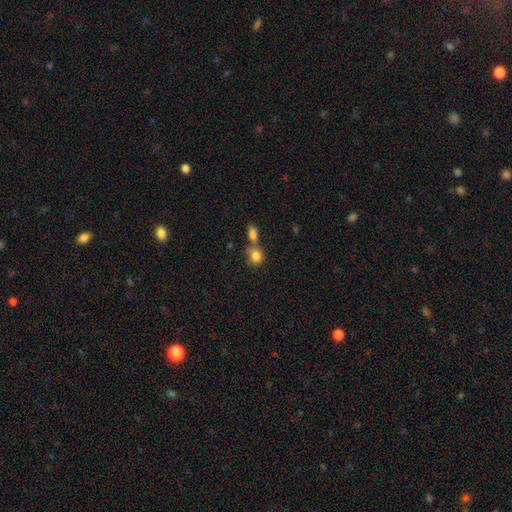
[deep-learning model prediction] Smooth or featured?
  - smooth: 83% *
  - star or artifact: 9%
  - featured or disk: 8%
How rounded?
  - round: 66% *
  - in between: 33%
  - cigar-shaped: 2%
Merging?
  - merger: 45% *
  - none: 39%
  - minor disturbance: 11%
  - major disturbance: 6%